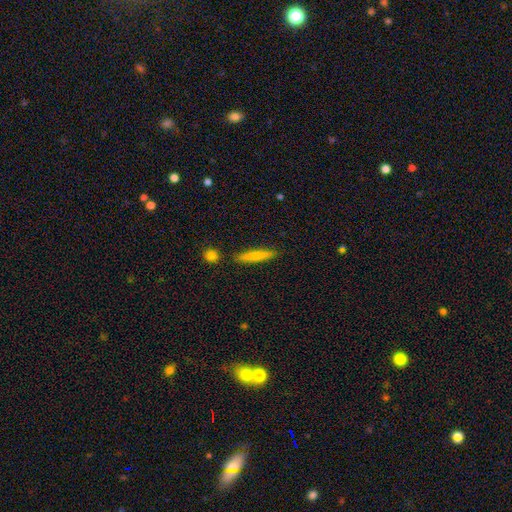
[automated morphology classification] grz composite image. It shows a smooth galaxy with no disk features (77%) that is cigar-shaped (91%). Merging: none (87%).